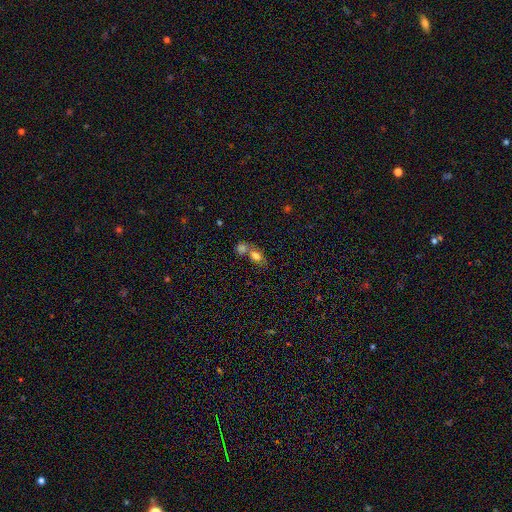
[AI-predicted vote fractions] Q: Smooth or featured?
A: smooth (72%); runner-up: featured or disk (15%)
Q: How rounded?
A: in between (75%); runner-up: round (20%)
Q: Merging?
A: merger (54%); runner-up: none (31%)